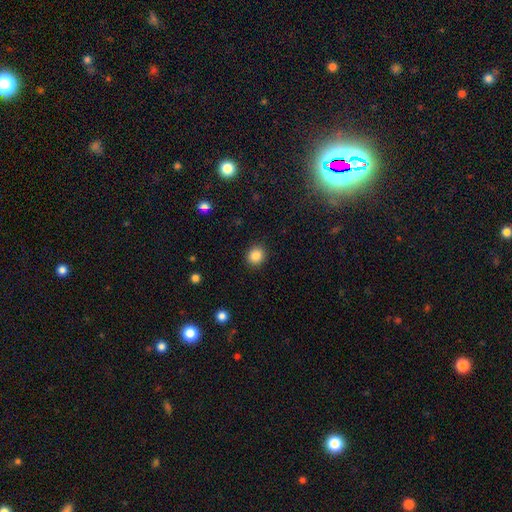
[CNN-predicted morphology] smooth_or_featured: smooth (p=0.85) [alt: star or artifact p=0.10]
how_rounded: round (p=0.83) [alt: in between p=0.16]
merging: none (p=0.91) [alt: minor disturbance p=0.06]